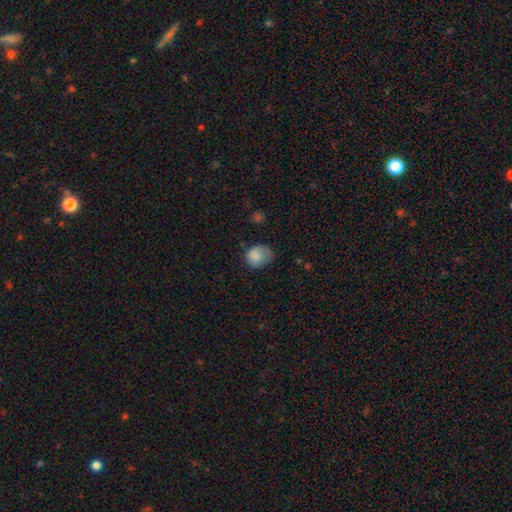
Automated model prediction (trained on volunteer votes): Smooth or featured: smooth — 83% (featured or disk — 9%)
How rounded: round — 57% (in between — 42%)
Merging: none — 48% (minor disturbance — 34%)